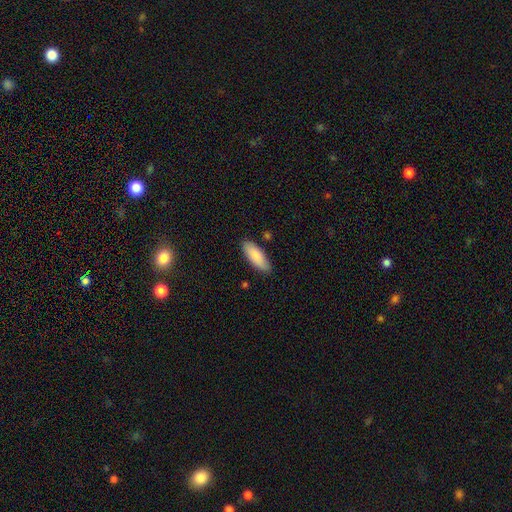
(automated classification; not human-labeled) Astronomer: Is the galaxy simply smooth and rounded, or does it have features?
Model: smooth — 86%.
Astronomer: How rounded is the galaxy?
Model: in between — 71%.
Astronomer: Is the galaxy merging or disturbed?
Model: none — 84%.